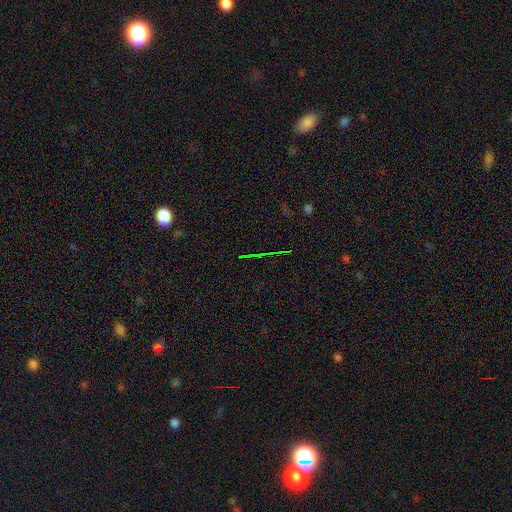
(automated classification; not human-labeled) Morphology: type=star or artifact (77%).